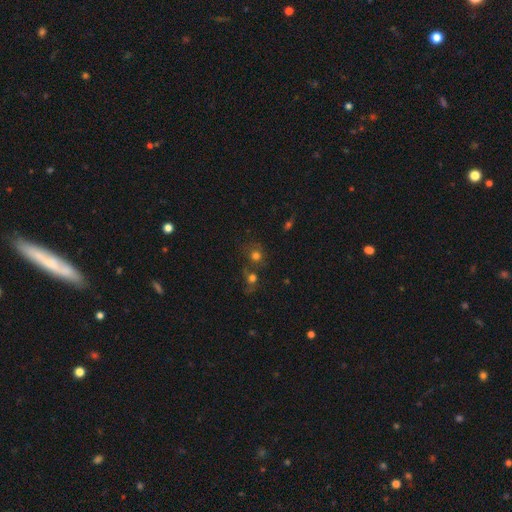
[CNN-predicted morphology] Smooth or featured? smooth (65%)
How rounded? round (83%)
Merging? none (47%)